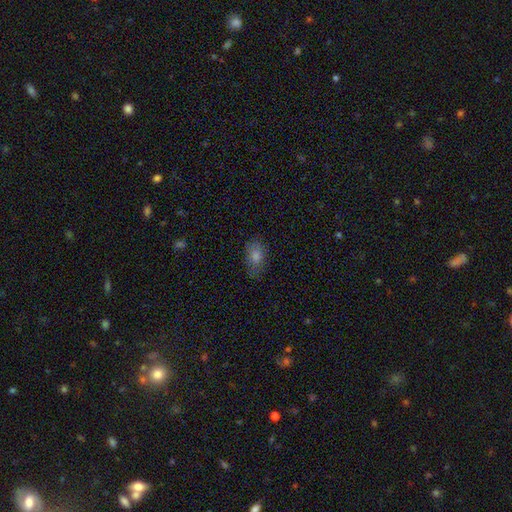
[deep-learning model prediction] smooth_or_featured: smooth (p=0.71) [alt: star or artifact p=0.16]
how_rounded: in between (p=0.82) [alt: round p=0.15]
merging: none (p=0.77) [alt: minor disturbance p=0.17]